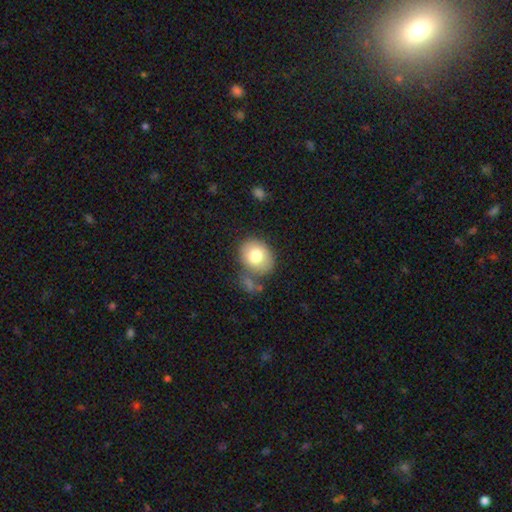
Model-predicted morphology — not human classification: A smooth galaxy with no disk features (78%) that is round (55%). Merging: none (63%).